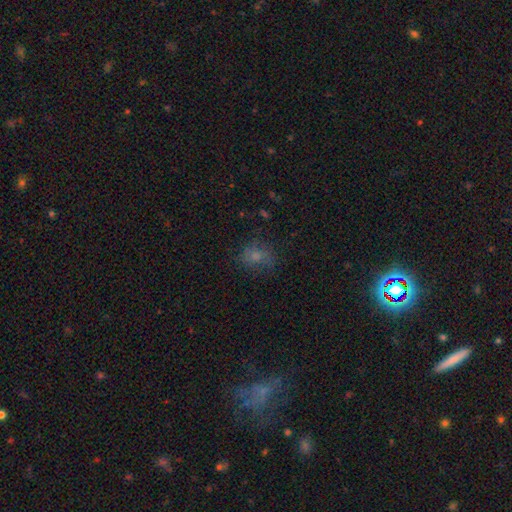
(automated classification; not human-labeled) A smooth galaxy with no disk features (66%) that is round (60%).

Vote fractions:
- Smooth or featured? smooth: 66% / star or artifact: 18% / featured or disk: 16%
- How rounded? round: 60% / in between: 39% / cigar-shaped: 1%
- Merging? none: 63% / minor disturbance: 22% / major disturbance: 13% / merger: 2%